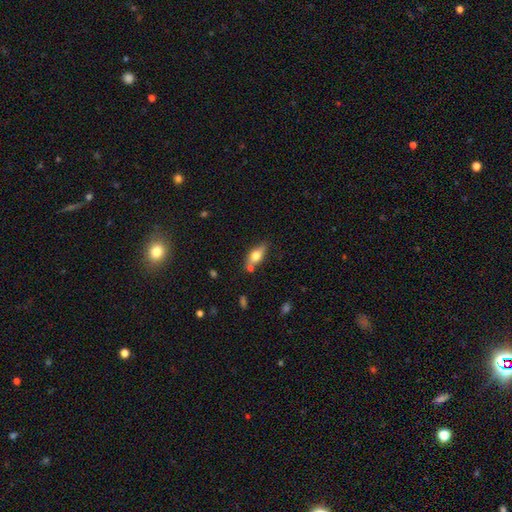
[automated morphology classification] The model was most divided on "smooth or featured": smooth: 63%, featured or disk: 30%, star or artifact: 7%. More confident: how rounded — in between (74%); merging — none (63%).